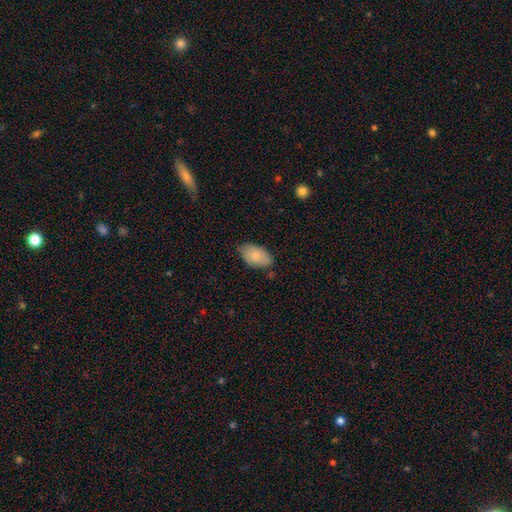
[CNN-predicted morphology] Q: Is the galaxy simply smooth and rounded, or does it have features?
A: smooth — 81%.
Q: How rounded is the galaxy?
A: in between — 94%.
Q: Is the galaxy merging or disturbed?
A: none — 74%.